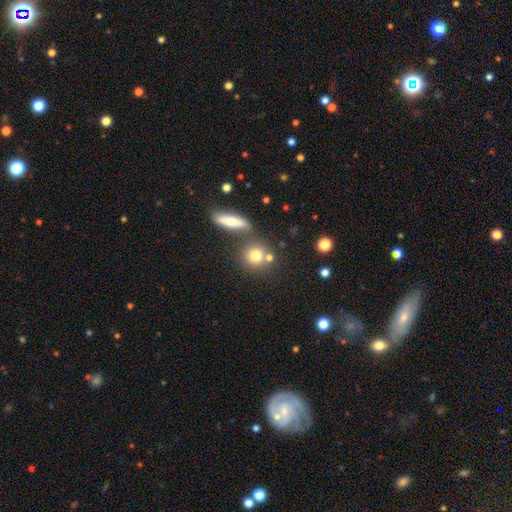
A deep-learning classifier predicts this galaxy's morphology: This appears to be a smooth galaxy with no disk features (75%) that is round (82%). Merging: none (60%).